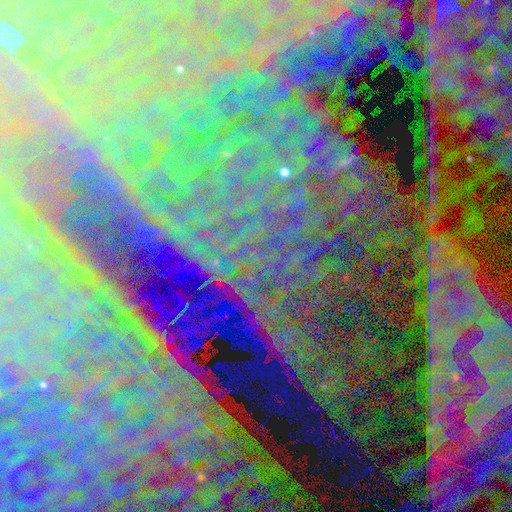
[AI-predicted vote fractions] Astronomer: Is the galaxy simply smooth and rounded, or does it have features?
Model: star or artifact — 84%.